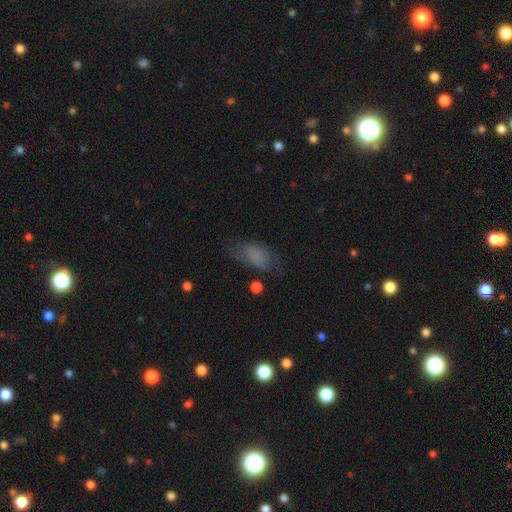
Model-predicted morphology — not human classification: smooth-or-featured: smooth: 71% | featured or disk: 17% | star or artifact: 12%
  how-rounded: in between: 87% | cigar-shaped: 7% | round: 6%
  merging: none: 58% | minor disturbance: 25% | major disturbance: 16% | merger: 2%